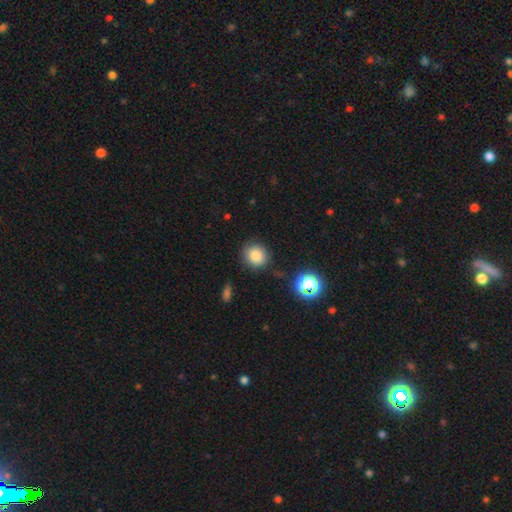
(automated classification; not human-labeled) A smooth galaxy with no disk features (83%) that is round (87%).

Vote fractions:
- Smooth or featured? smooth: 83% / star or artifact: 12% / featured or disk: 5%
- How rounded? round: 87% / in between: 12% / cigar-shaped: 1%
- Merging? none: 81% / minor disturbance: 12% / major disturbance: 4% / merger: 3%